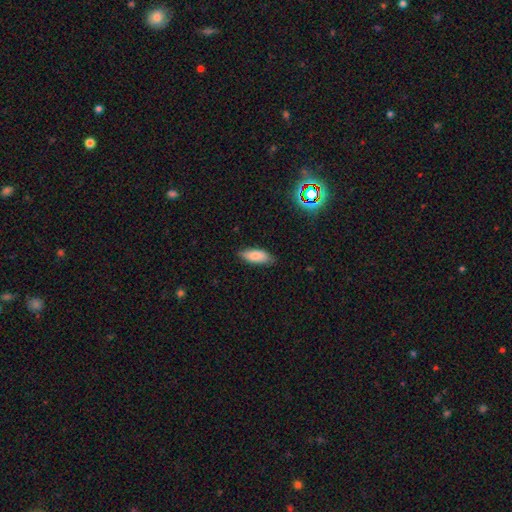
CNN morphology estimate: smooth 82%, featured or disk 11%, star or artifact 7%. Down the decision tree: how rounded — in between (80%); merging — none (81%).